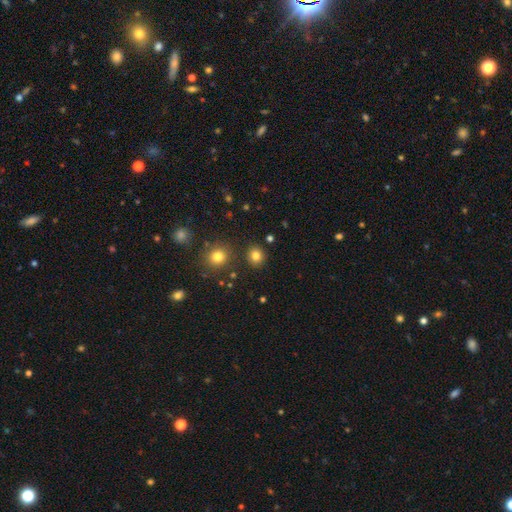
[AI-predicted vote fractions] Smooth or featured: smooth — 82% (star or artifact — 13%)
How rounded: round — 86% (in between — 13%)
Merging: none — 88% (minor disturbance — 6%)